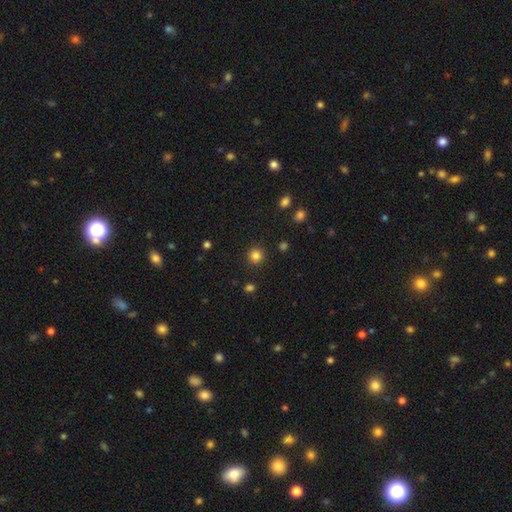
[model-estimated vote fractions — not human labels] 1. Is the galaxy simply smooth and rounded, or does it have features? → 82% smooth, 13% star or artifact, 5% featured or disk.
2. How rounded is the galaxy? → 94% round, 5% in between, 1% cigar-shaped.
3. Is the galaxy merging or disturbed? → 90% none, 6% minor disturbance, 2% major disturbance, 2% merger.